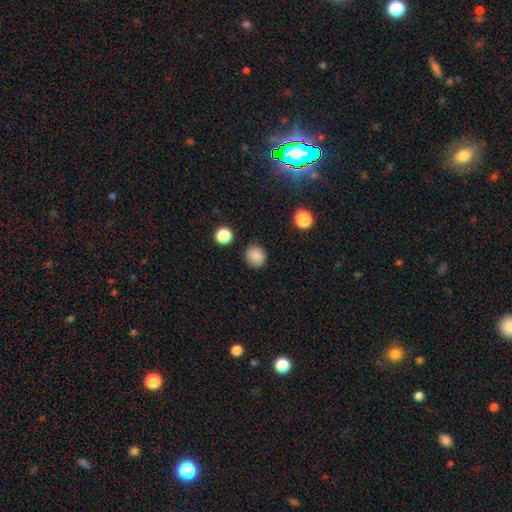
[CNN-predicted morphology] Smooth or featured? smooth (85%)
How rounded? round (86%)
Merging? none (87%)